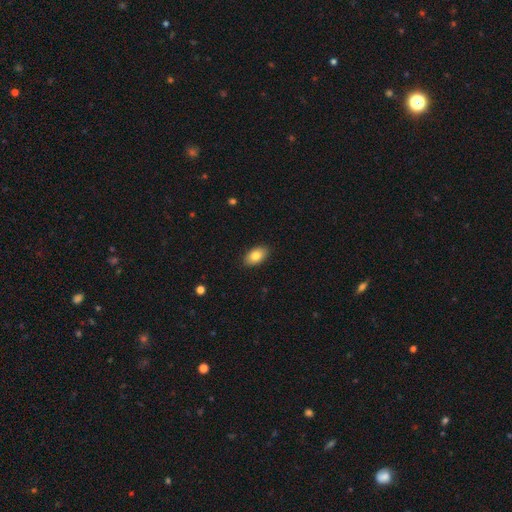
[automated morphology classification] The model was most divided on "smooth or featured": smooth: 82%, featured or disk: 10%, star or artifact: 7%. More confident: how rounded — in between (92%); merging — none (88%).